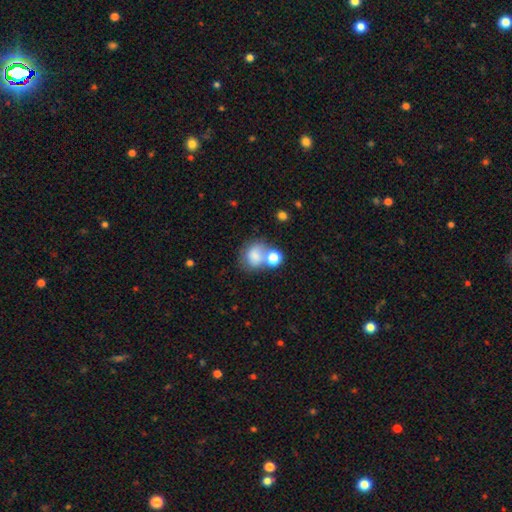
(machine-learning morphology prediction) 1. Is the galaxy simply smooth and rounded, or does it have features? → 75% smooth, 14% featured or disk, 11% star or artifact.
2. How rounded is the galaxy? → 60% round, 39% in between, 1% cigar-shaped.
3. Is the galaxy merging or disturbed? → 39% merger, 38% none, 14% minor disturbance, 10% major disturbance.